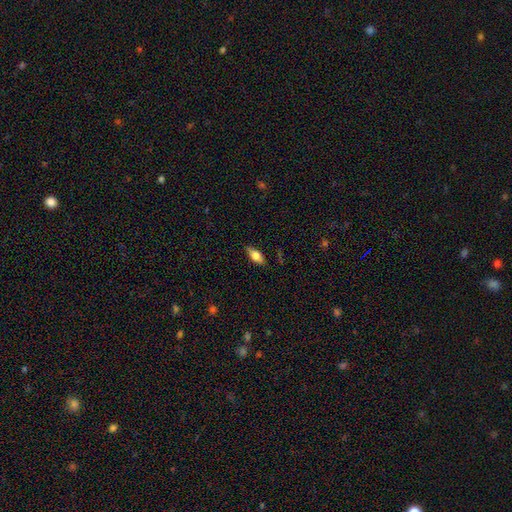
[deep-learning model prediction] Smooth or featured: smooth — 69% (featured or disk — 23%)
How rounded: in between — 80% (cigar-shaped — 16%)
Merging: none — 85% (minor disturbance — 11%)